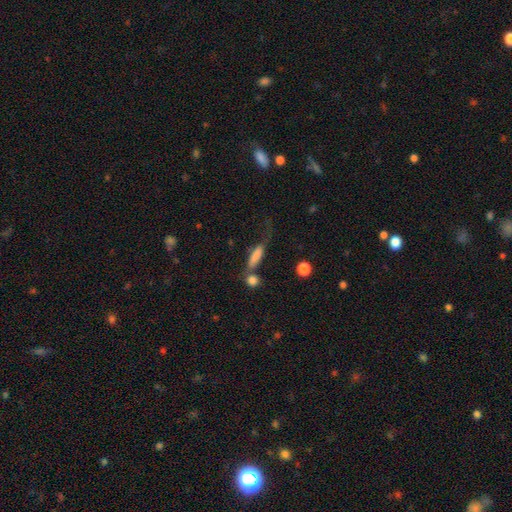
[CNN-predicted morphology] smooth_or_featured: smooth (p=0.62) [alt: featured or disk p=0.23]
how_rounded: cigar-shaped (p=0.60) [alt: in between p=0.33]
merging: none (p=0.39) [alt: merger p=0.21]